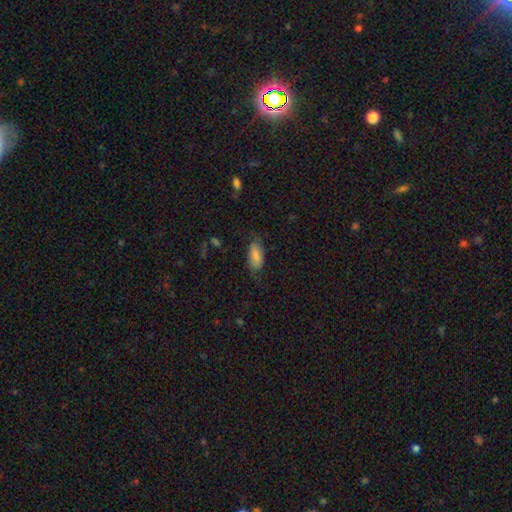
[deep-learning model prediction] This is likely a smooth galaxy (77%). How rounded: clearly in between (91%). Merging: likely none (63%).